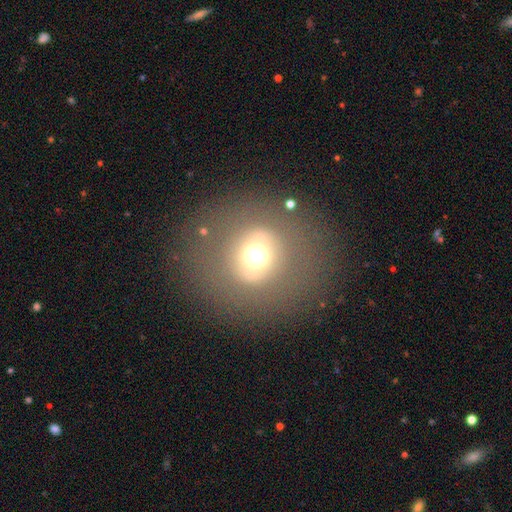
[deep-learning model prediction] smooth 63%, star or artifact 20%, featured or disk 17%. Down the decision tree: how rounded — round (89%); merging — none (82%).